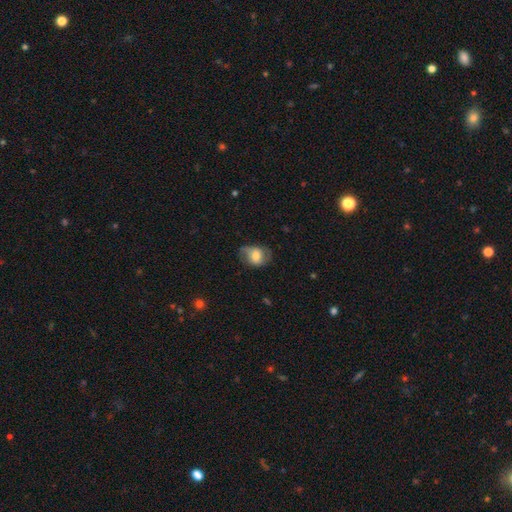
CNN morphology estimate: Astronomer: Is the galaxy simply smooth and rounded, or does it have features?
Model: smooth — 50% (runner-up: featured or disk, 42%).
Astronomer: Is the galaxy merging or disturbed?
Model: none — 60%.